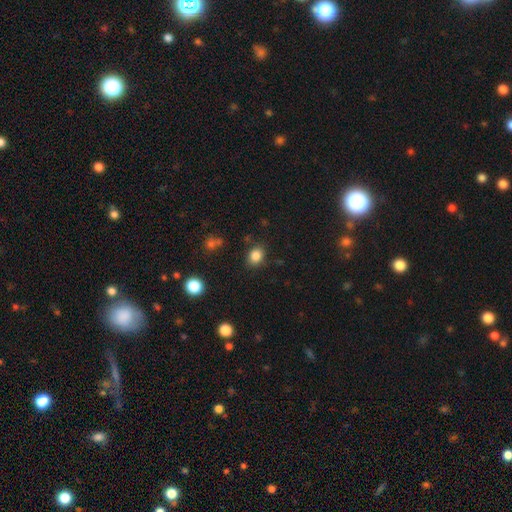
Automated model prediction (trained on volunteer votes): A smooth galaxy with no disk features (84%) that is round (52%).

Vote fractions:
- Smooth or featured? smooth: 84% / star or artifact: 11% / featured or disk: 5%
- How rounded? round: 52% / in between: 48% / cigar-shaped: 1%
- Merging? none: 82% / minor disturbance: 12% / major disturbance: 3% / merger: 3%